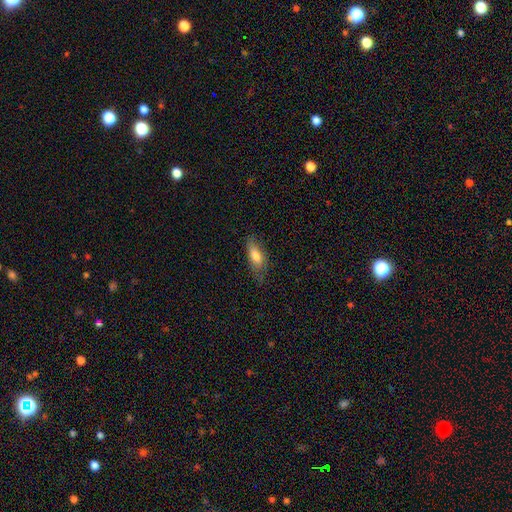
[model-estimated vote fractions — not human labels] This appears to be a smooth galaxy with no disk features (76%) that is in between round and cigar-shaped (74%). Merging: none (67%).